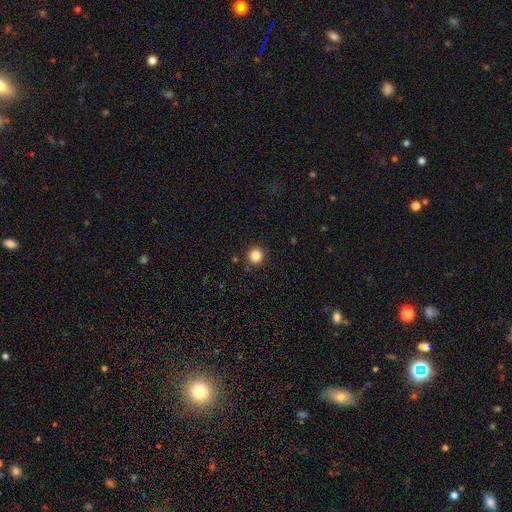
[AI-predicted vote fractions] This is clearly a smooth galaxy (85%). How rounded: clearly round (94%). Merging: clearly none (90%).